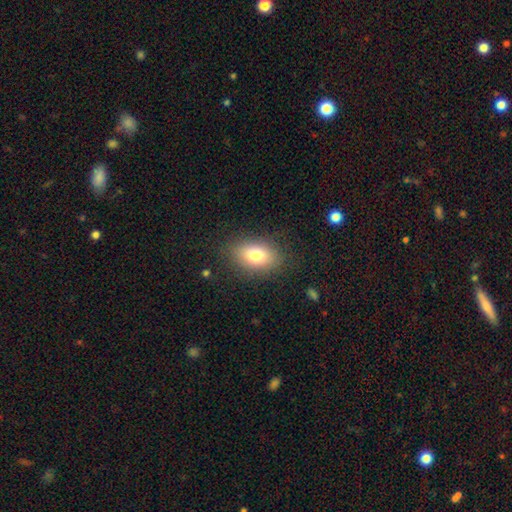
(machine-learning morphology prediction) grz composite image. It shows a smooth galaxy with no disk features (77%) that is in between round and cigar-shaped (82%). Merging: none (84%).